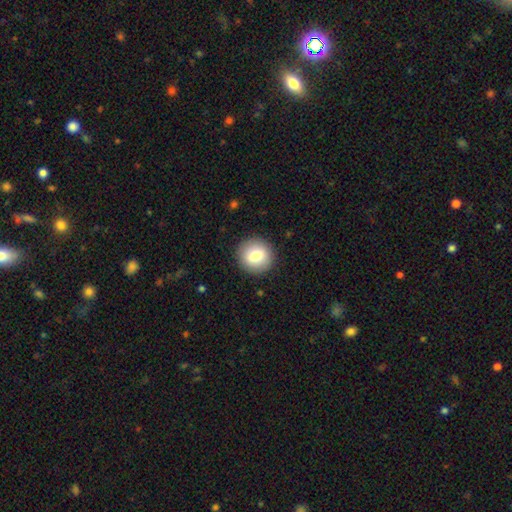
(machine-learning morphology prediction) smooth-or-featured: smooth: 80% | featured or disk: 12% | star or artifact: 8%
  how-rounded: round: 93% | in between: 6% | cigar-shaped: 1%
  merging: none: 91% | minor disturbance: 6% | major disturbance: 2% | merger: 1%